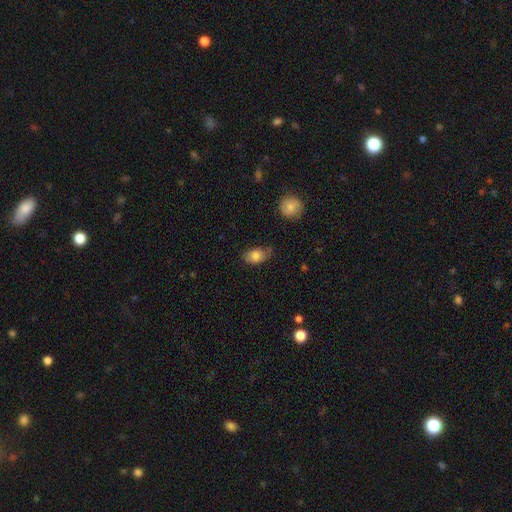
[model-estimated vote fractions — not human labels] smooth-or-featured: smooth: 81% | featured or disk: 11% | star or artifact: 8%
  how-rounded: in between: 85% | round: 13% | cigar-shaped: 2%
  merging: none: 55% | minor disturbance: 34% | major disturbance: 8% | merger: 3%